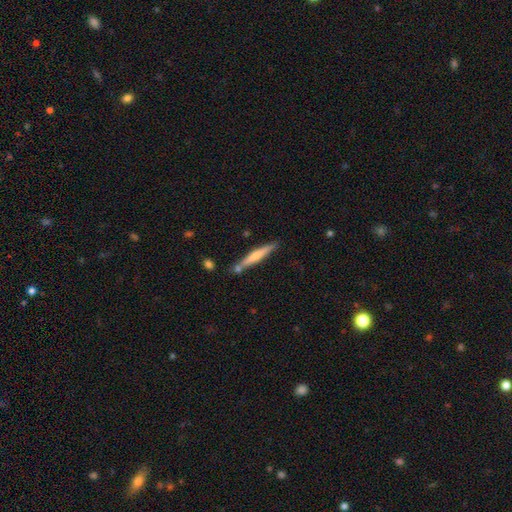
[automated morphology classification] The model was most divided on "smooth or featured": smooth: 51%, featured or disk: 44%, star or artifact: 5%. More confident: how rounded — cigar-shaped (94%); merging — none (78%).